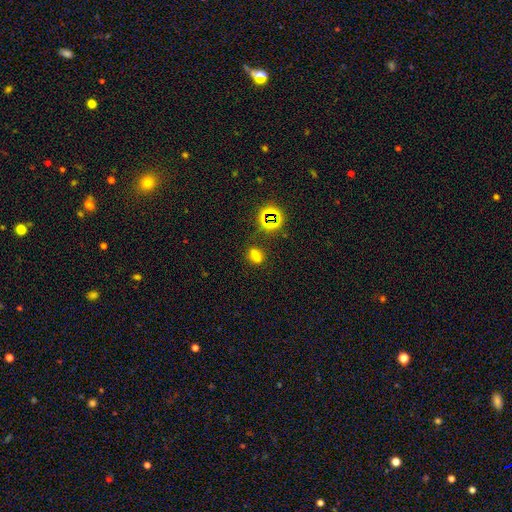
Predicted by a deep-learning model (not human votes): Overall: smooth (64%; star or artifact 29%). How rounded: in between (67%). Merging: none (80%).